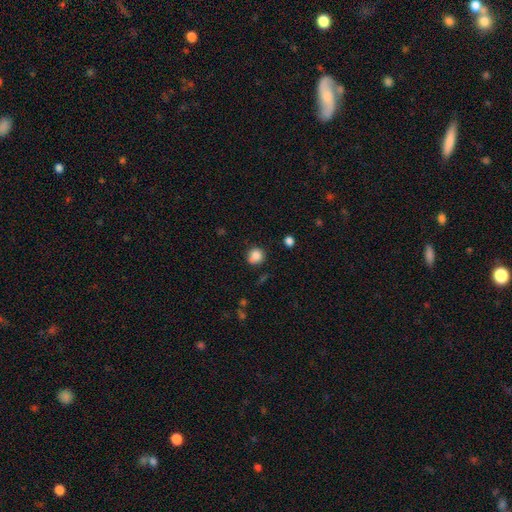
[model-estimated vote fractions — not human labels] The model was most divided on "merging": none: 74%, minor disturbance: 18%, major disturbance: 4%, merger: 4%. More confident: how rounded — round (86%); smooth or featured — smooth (85%).